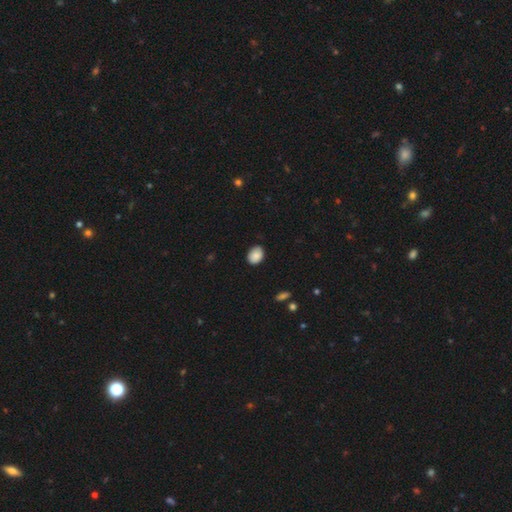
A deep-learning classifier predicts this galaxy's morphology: Smooth or featured: smooth — 88% (star or artifact — 8%)
How rounded: in between — 67% (round — 32%)
Merging: none — 82% (minor disturbance — 14%)